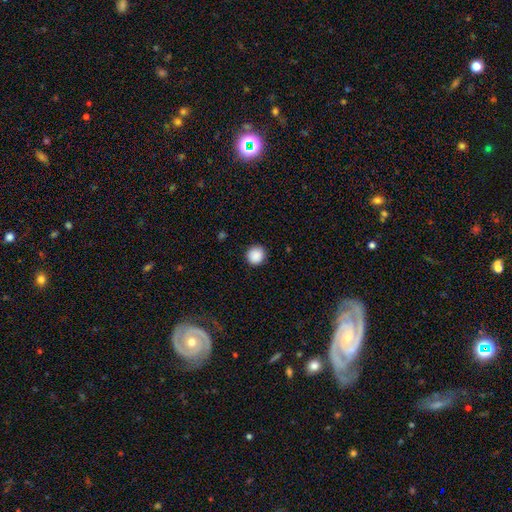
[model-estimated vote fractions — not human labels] The model was most divided on "smooth or featured": smooth: 89%, star or artifact: 8%, featured or disk: 2%. More confident: how rounded — round (92%); merging — none (90%).